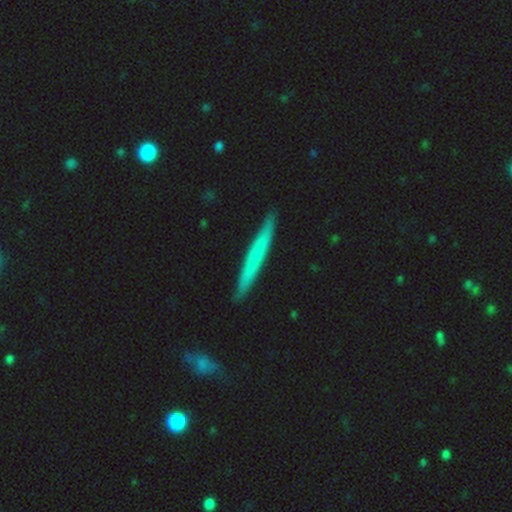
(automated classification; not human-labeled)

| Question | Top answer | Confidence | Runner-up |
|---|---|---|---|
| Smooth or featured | smooth | 56% | featured or disk (39%) |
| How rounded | cigar-shaped | 96% | in between (2%) |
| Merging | none | 90% | minor disturbance (7%) |